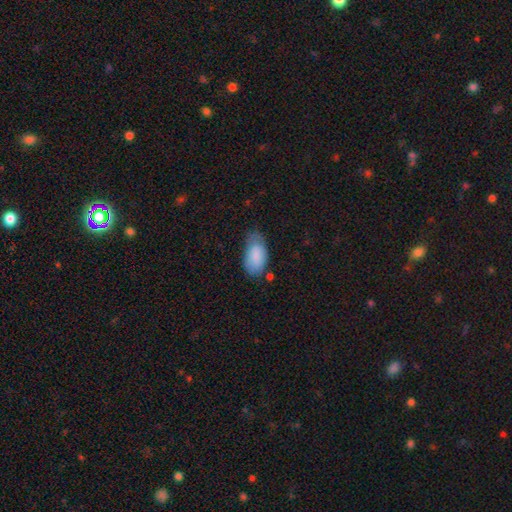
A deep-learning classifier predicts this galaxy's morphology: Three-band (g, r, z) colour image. It shows a smooth galaxy with no disk features (85%) that is in between round and cigar-shaped (94%). Merging: none (49%).